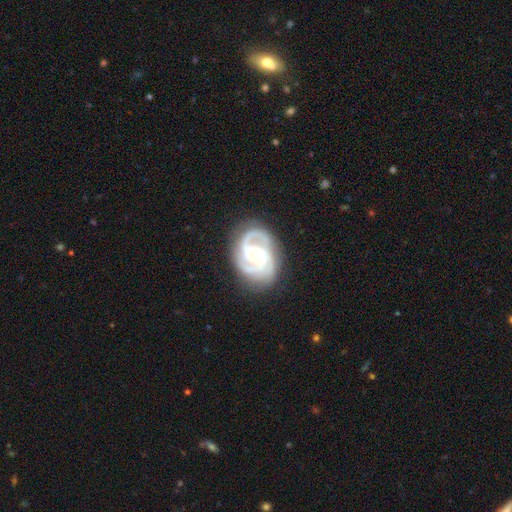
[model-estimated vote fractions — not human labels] Smooth or featured?
  - featured or disk: 89% *
  - smooth: 6%
  - star or artifact: 4%
Edge-on disk?
  - no: 98% *
  - yes: 2%
Bar?
  - weak: 45% *
  - no: 39%
  - strong: 17%
Spiral arms?
  - yes: 97% *
  - no: 3%
Spiral winding?
  - tight: 46% *
  - medium: 44%
  - loose: 9%
Spiral arm count?
  - 2: 39% *
  - 3: 38%
  - can't tell: 10%
  - 4: 5%
  - 1: 4%
  - more than 4: 4%
Bulge size?
  - moderate: 52% *
  - small: 44%
  - large: 3%
  - none: 1%
  - dominant: 1%
Merging?
  - none: 76% *
  - minor disturbance: 16%
  - major disturbance: 6%
  - merger: 1%